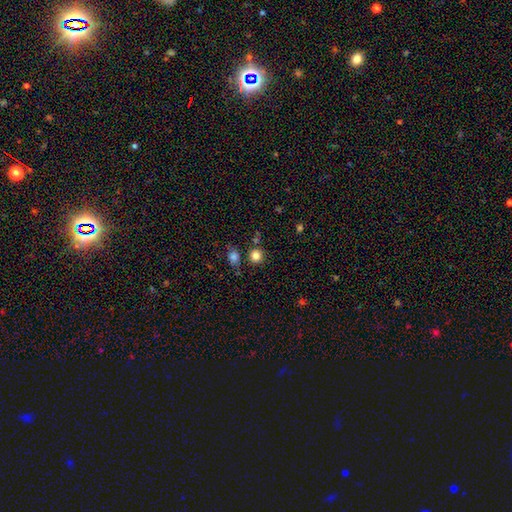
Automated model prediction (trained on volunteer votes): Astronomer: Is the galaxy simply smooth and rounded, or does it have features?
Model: smooth — 83%.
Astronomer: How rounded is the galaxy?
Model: round — 90%.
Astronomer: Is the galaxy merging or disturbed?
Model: none — 81%.